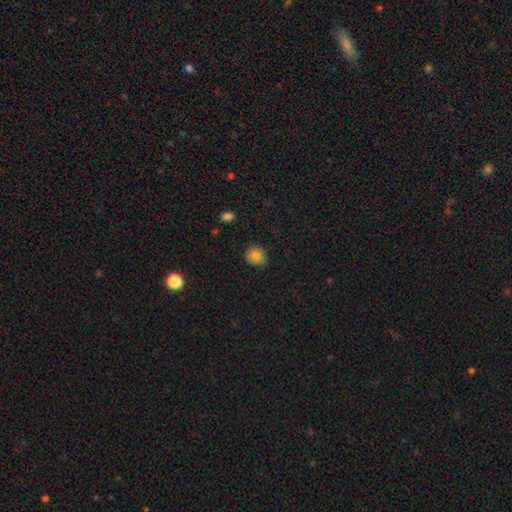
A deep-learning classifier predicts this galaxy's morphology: This appears to be a smooth galaxy with no disk features (82%) that is round (74%). Merging: none (79%).